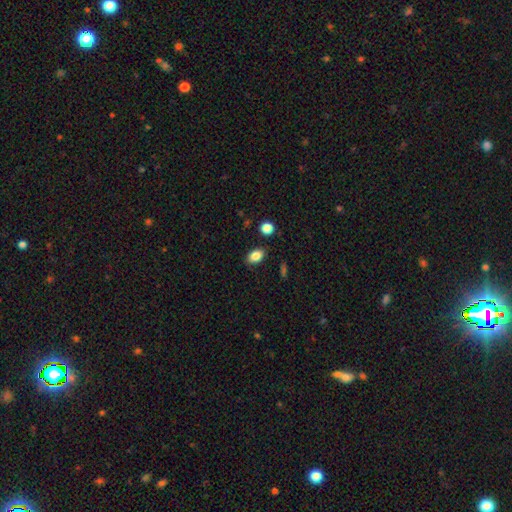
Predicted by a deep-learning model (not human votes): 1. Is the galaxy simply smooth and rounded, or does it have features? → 86% smooth, 9% star or artifact, 5% featured or disk.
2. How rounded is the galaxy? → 83% in between, 16% round, 1% cigar-shaped.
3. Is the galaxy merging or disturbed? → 85% none, 10% minor disturbance, 2% major disturbance, 2% merger.